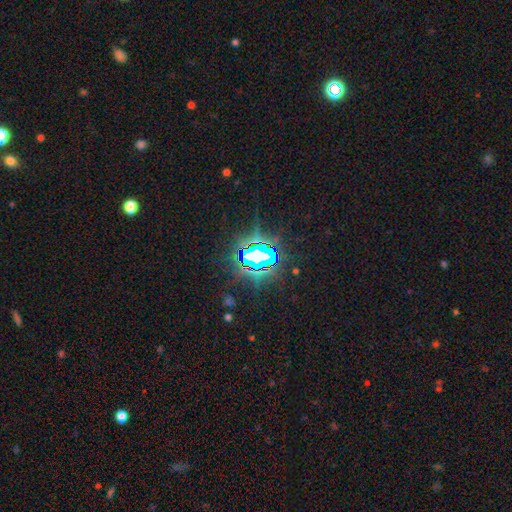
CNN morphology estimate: smooth-or-featured: star or artifact: 78% | smooth: 12% | featured or disk: 10%